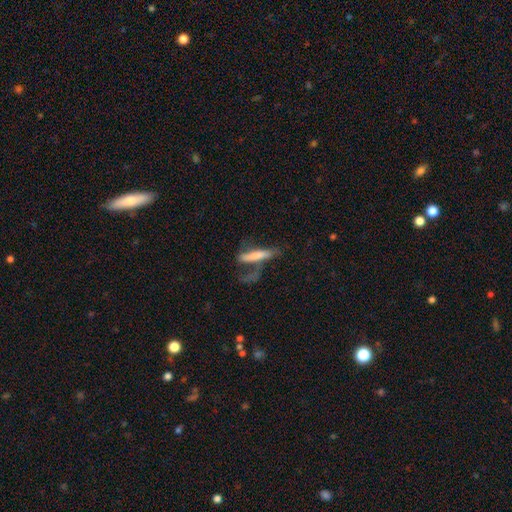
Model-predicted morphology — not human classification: Smooth or featured? smooth (59%)
How rounded? cigar-shaped (85%)
Merging? major disturbance (36%, tied with none)